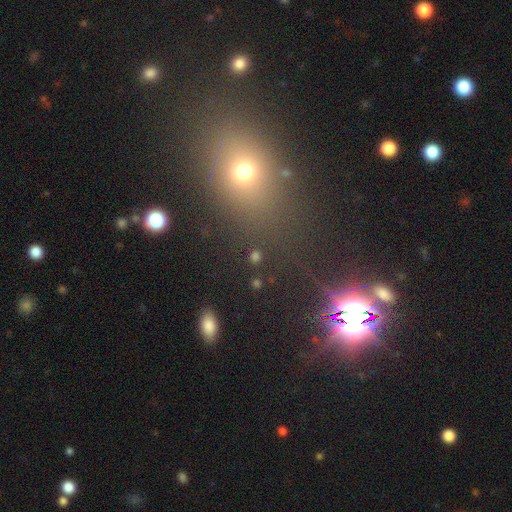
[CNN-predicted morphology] The model was most divided on "smooth or featured": smooth: 46%, star or artifact: 42%, featured or disk: 12%. More confident: merging — none (77%).